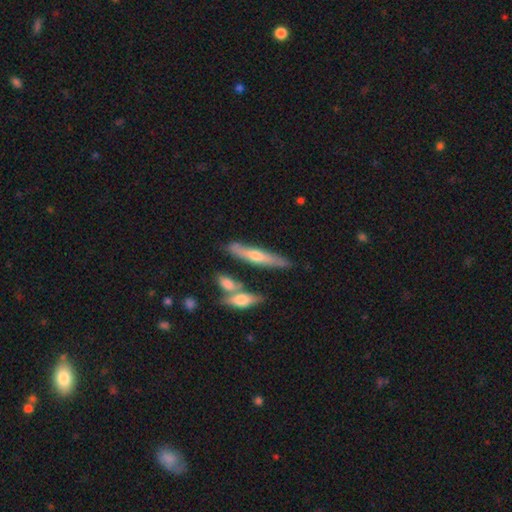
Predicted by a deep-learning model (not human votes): This is possibly a featured or disk galaxy (54%). It is clearly viewed edge-on (90%). Merging: likely none (72%).